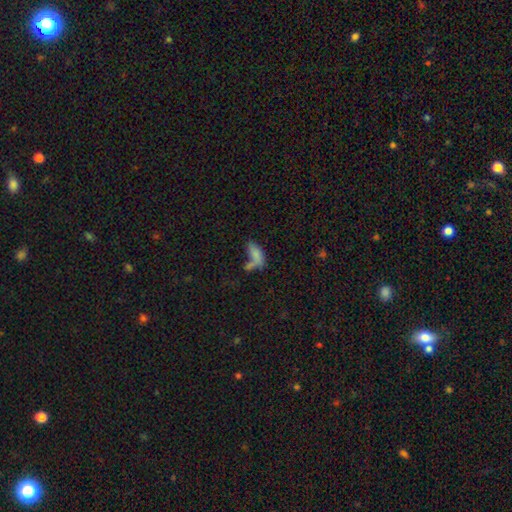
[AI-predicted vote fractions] Q: Smooth or featured?
A: smooth (72%); runner-up: featured or disk (16%)
Q: How rounded?
A: in between (77%); runner-up: cigar-shaped (18%)
Q: Merging?
A: merger (40%); runner-up: none (29%)